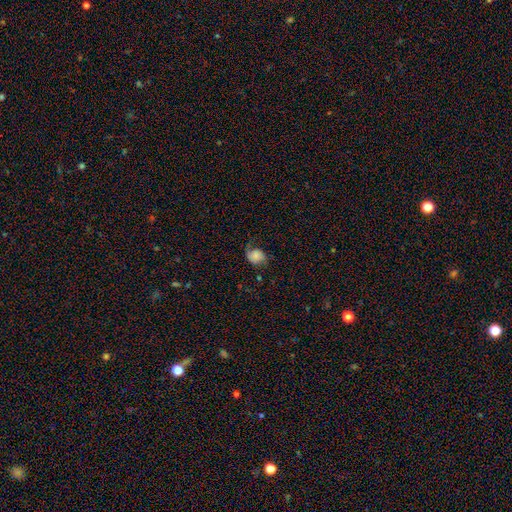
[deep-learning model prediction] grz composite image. It shows a smooth galaxy with no disk features (53%) that is round (57%). Merging: none (50%).